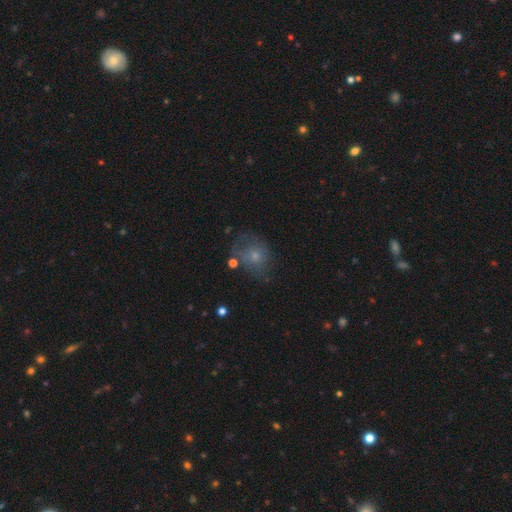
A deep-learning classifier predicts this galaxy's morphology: This appears to be a smooth galaxy with no disk features (45%). Merging: none (58%).